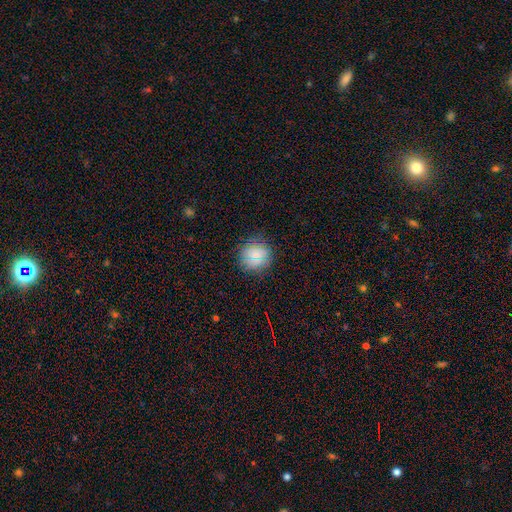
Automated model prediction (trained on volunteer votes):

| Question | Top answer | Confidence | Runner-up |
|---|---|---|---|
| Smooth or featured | smooth | 74% | star or artifact (17%) |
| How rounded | round | 89% | in between (10%) |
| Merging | none | 86% | minor disturbance (10%) |